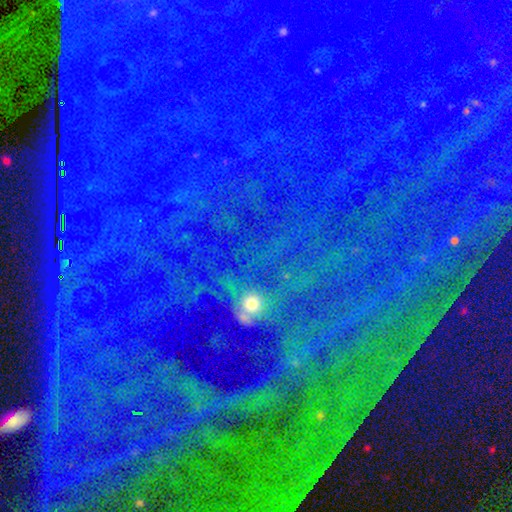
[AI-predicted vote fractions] A star or artifact, not a galaxy (83%).